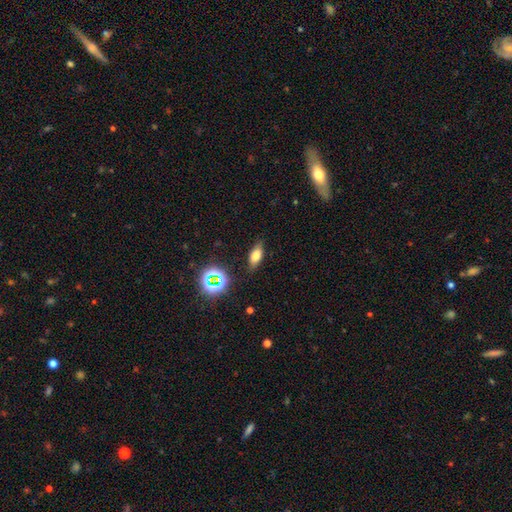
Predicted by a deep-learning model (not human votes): The model was most divided on "smooth or featured": smooth: 66%, featured or disk: 18%, star or artifact: 15%. More confident: merging — none (81%); how rounded — in between (73%).